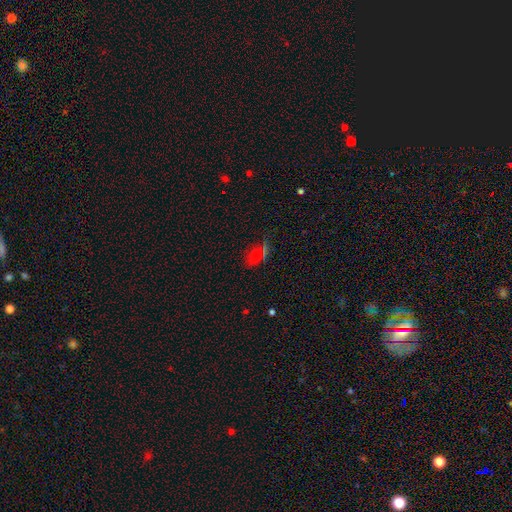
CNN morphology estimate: Smooth or featured? Predicted: smooth (p=0.58). How rounded? Predicted: in between (p=0.69). Merging? Predicted: none (p=0.74).